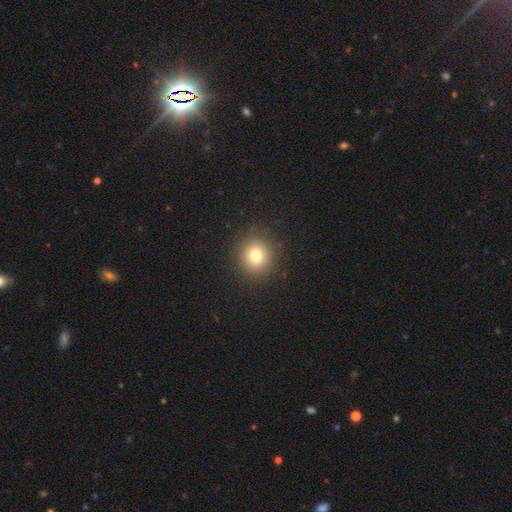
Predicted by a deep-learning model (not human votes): Overall: smooth (78%). How rounded: round (89%). Merging: none (90%).